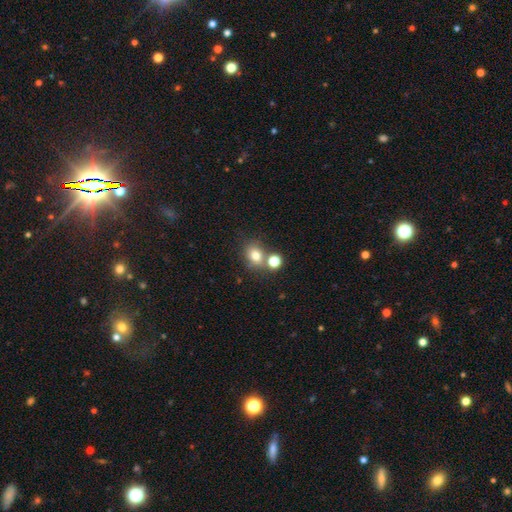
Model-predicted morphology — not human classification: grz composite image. It shows a smooth galaxy with no disk features (75%) that is round (63%). Merging: none (58%).